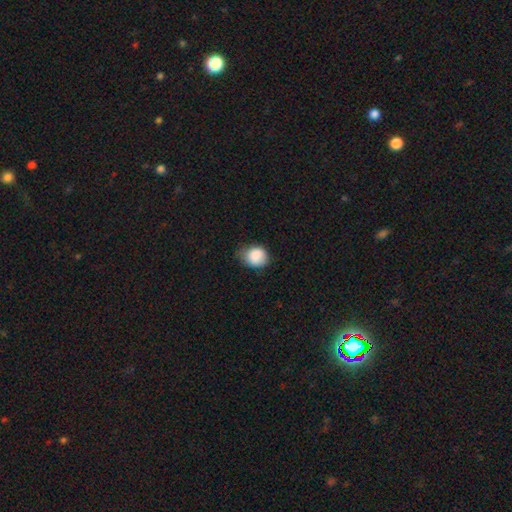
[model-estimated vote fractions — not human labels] Smooth or featured: smooth — 87% (star or artifact — 8%)
How rounded: round — 63% (in between — 36%)
Merging: none — 52% (minor disturbance — 38%)